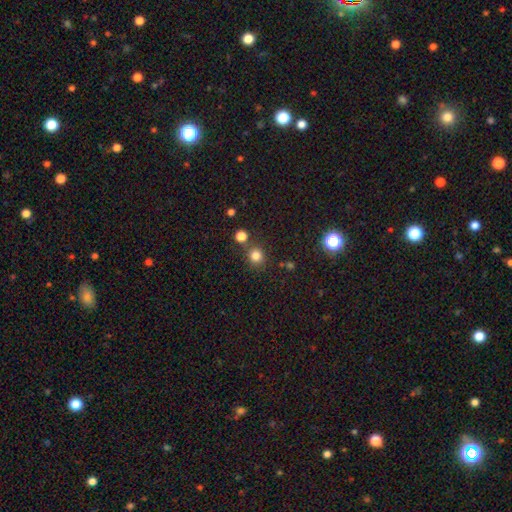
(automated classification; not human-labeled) A smooth galaxy with no disk features (79%) that is round (88%). Merging: none (76%).